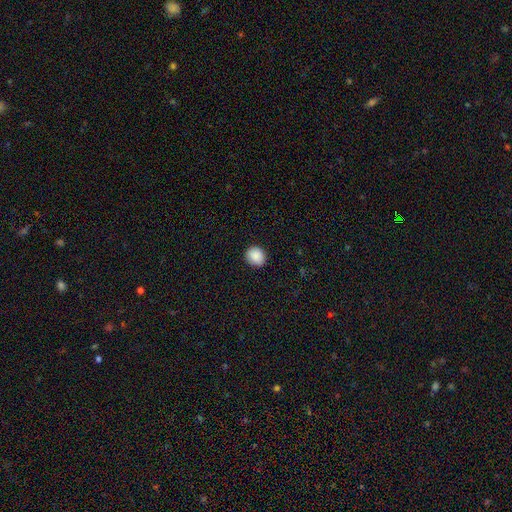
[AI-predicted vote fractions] This appears to be a smooth galaxy with no disk features (89%) that is round (77%). Merging: none (90%).